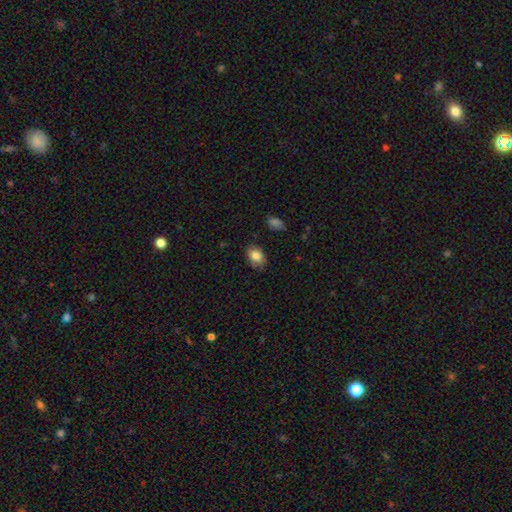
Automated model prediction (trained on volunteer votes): Smooth or featured? Predicted: smooth (p=0.84). How rounded? Predicted: in between (p=0.83). Merging? Predicted: none (p=0.79).